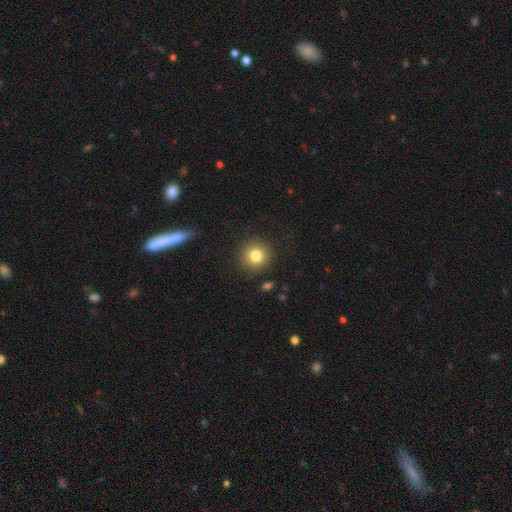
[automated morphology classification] Overall: smooth (81%). How rounded: round (93%). Merging: none (90%).